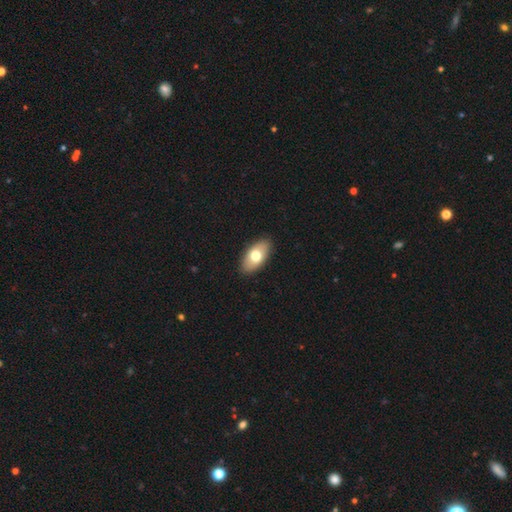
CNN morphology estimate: Smooth or featured? Predicted: smooth (p=0.70). How rounded? Predicted: in between (p=0.92). Merging? Predicted: none (p=0.89).